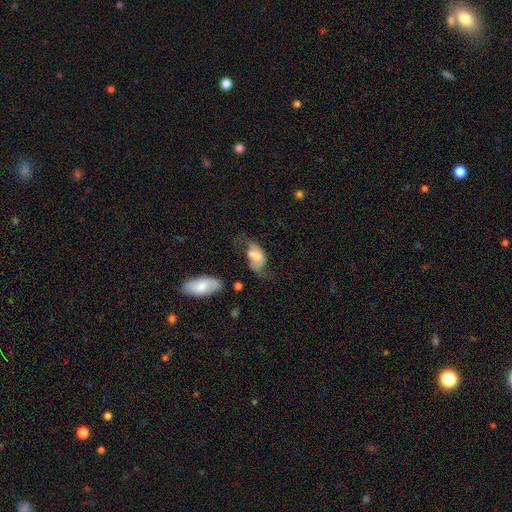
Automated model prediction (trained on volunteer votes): This is possibly a smooth galaxy (54%). How rounded: clearly in between (90%). Merging: marginally major disturbance (33%).